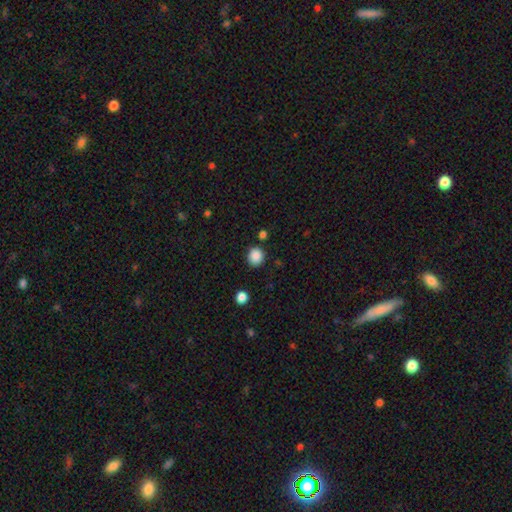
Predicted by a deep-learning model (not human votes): Smooth or featured?
  - smooth: 87% *
  - star or artifact: 10%
  - featured or disk: 3%
How rounded?
  - round: 86% *
  - in between: 14%
  - cigar-shaped: 1%
Merging?
  - none: 84% *
  - minor disturbance: 10%
  - merger: 3%
  - major disturbance: 3%